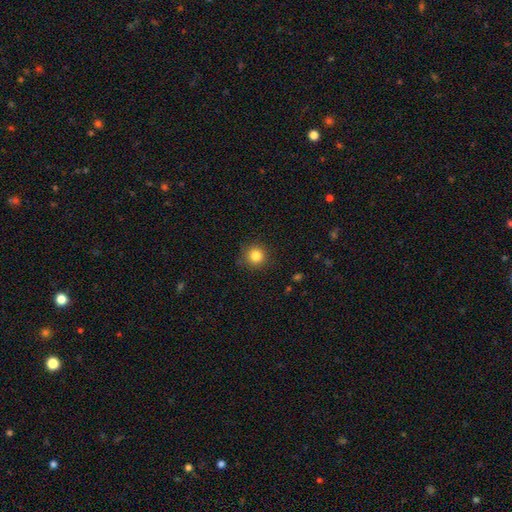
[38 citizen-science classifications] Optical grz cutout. It shows a smooth galaxy with no disk features (87%) that is round (94%). Merging: none (91%).